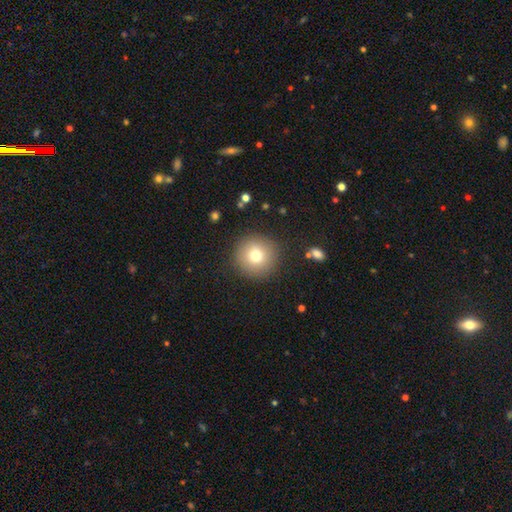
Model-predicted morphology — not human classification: Q: Smooth or featured?
A: smooth (76%); runner-up: featured or disk (12%)
Q: How rounded?
A: round (96%); runner-up: in between (3%)
Q: Merging?
A: none (89%); runner-up: minor disturbance (6%)